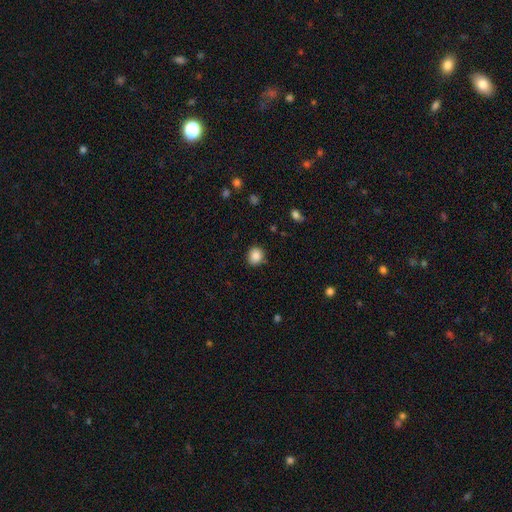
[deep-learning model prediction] Overall: smooth (87%). How rounded: round (77%). Merging: none (85%).